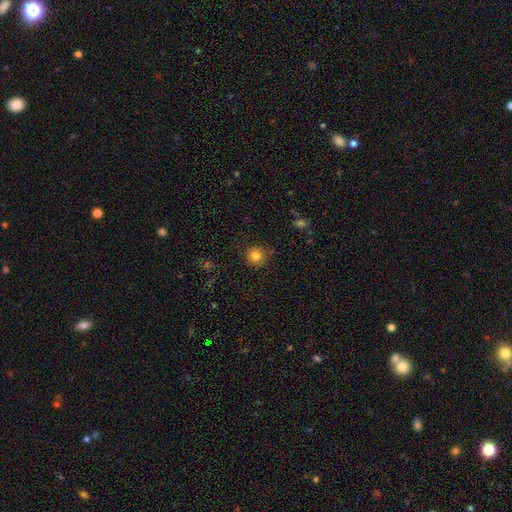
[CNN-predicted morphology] Overall: smooth (82%). How rounded: round (93%). Merging: none (85%).